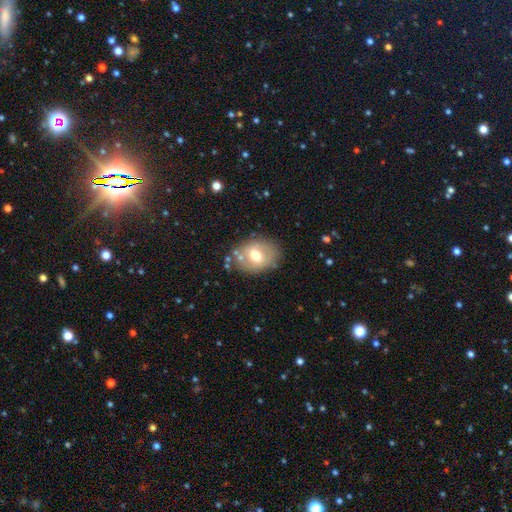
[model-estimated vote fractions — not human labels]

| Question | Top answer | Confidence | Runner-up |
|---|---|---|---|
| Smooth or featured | smooth | 60% | featured or disk (31%) |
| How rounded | in between | 55% | round (44%) |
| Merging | none | 76% | minor disturbance (14%) |